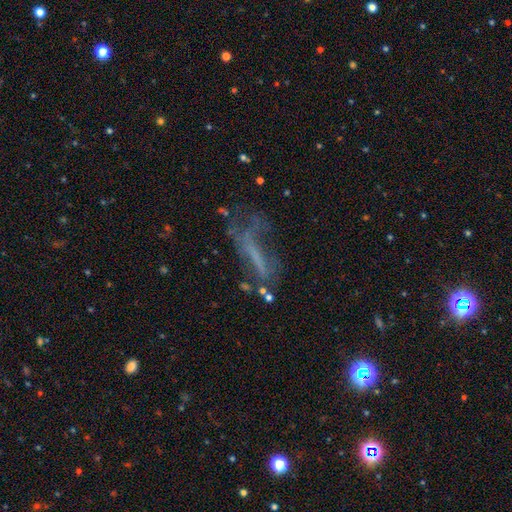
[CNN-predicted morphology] smooth-or-featured: featured or disk: 48% | smooth: 29% | star or artifact: 23%
  merging: none: 38% | major disturbance: 34% | minor disturbance: 20% | merger: 8%